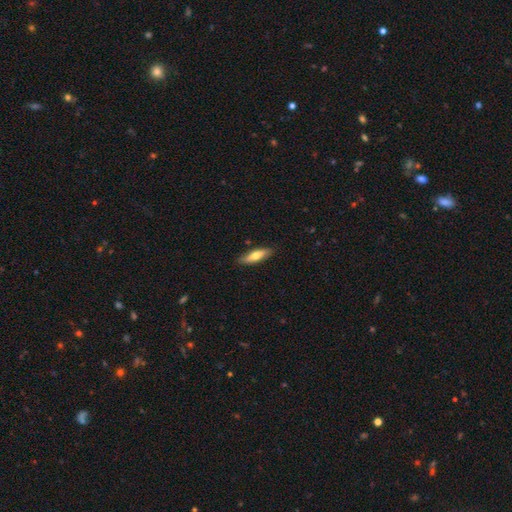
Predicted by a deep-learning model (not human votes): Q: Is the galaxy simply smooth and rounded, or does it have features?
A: smooth — 64%.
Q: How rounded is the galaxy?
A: cigar-shaped — 61%.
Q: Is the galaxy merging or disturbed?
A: none — 86%.